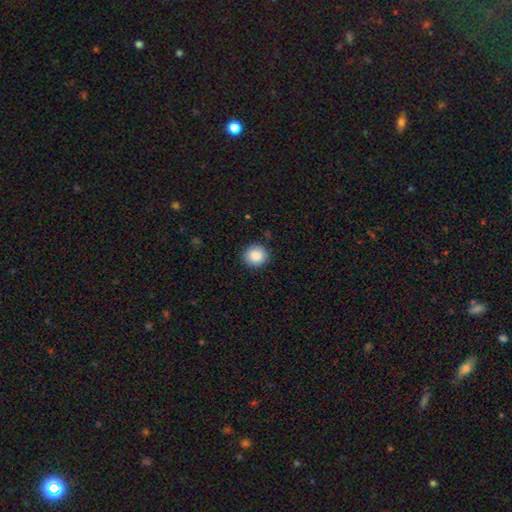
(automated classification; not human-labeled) Morphology: type=smooth (88%); roundness=round (90%); merging=none (89%).